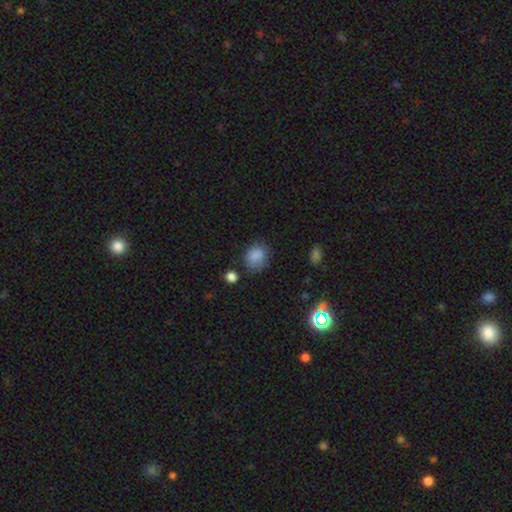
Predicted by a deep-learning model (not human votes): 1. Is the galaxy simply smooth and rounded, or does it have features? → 83% smooth, 11% star or artifact, 7% featured or disk.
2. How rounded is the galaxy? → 51% round, 48% in between, 1% cigar-shaped.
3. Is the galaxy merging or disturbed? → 68% none, 21% minor disturbance, 7% major disturbance, 3% merger.